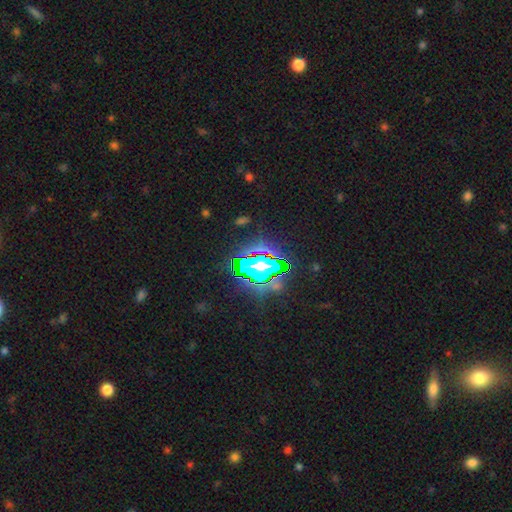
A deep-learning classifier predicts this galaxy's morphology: Q: Smooth or featured?
A: star or artifact (67%); runner-up: smooth (18%)